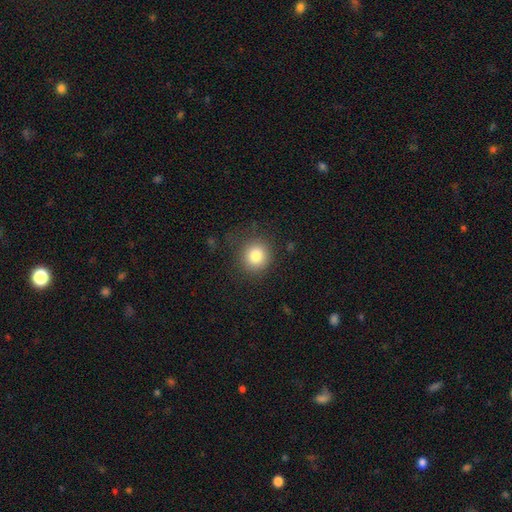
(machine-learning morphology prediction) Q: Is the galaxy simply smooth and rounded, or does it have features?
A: smooth — 82%.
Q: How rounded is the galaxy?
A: round — 89%.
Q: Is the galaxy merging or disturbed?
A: none — 83%.